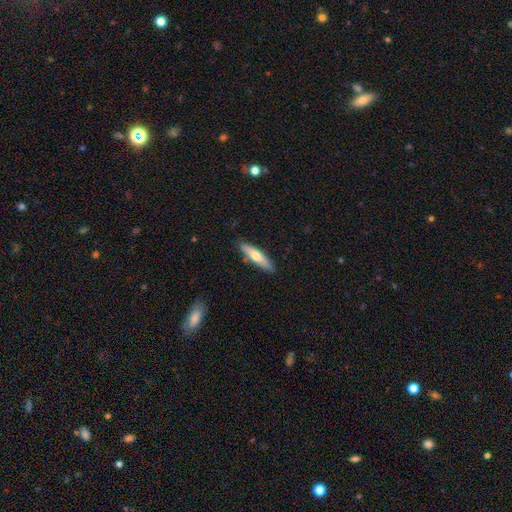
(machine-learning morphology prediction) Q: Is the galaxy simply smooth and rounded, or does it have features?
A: smooth — 59%.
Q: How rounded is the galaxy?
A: cigar-shaped — 76%.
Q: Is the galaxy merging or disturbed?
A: none — 84%.